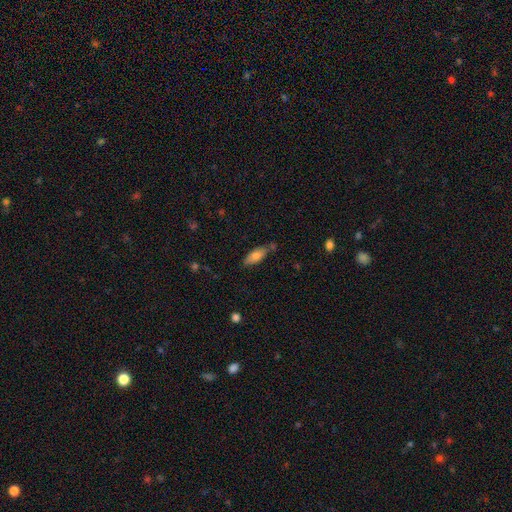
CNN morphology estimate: Q: Smooth or featured?
A: smooth (75%); runner-up: featured or disk (18%)
Q: How rounded?
A: in between (73%); runner-up: cigar-shaped (24%)
Q: Merging?
A: none (69%); runner-up: minor disturbance (19%)